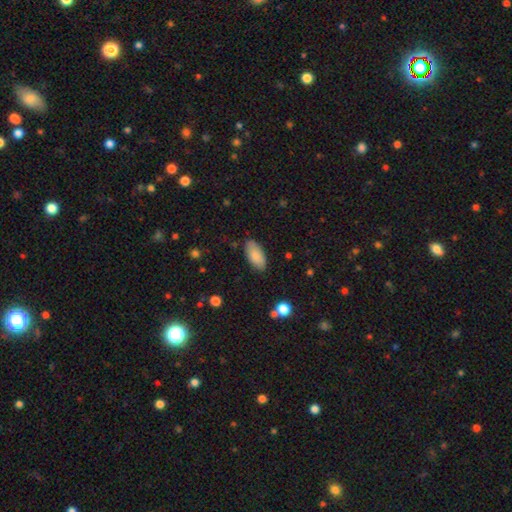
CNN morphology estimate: A smooth galaxy with no disk features (85%) that is in between round and cigar-shaped (91%).

Vote fractions:
- Smooth or featured? smooth: 85% / featured or disk: 9% / star or artifact: 6%
- How rounded? in between: 91% / cigar-shaped: 7% / round: 2%
- Merging? none: 84% / minor disturbance: 12% / major disturbance: 3% / merger: 1%